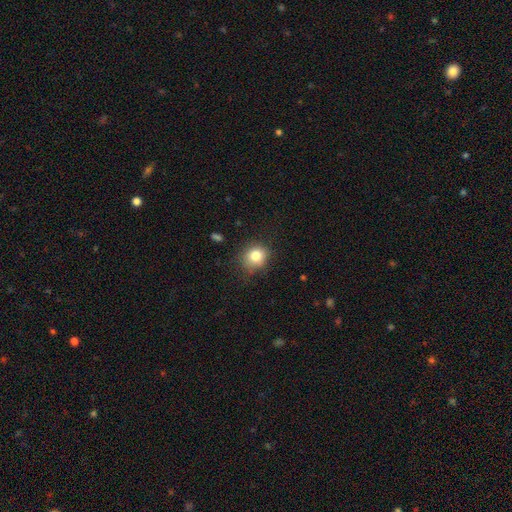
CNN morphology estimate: Smooth or featured? smooth (81%)
How rounded? round (77%)
Merging? none (76%)